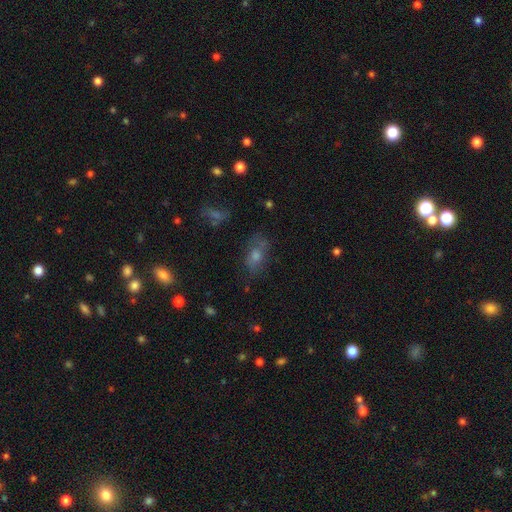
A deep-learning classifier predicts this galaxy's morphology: Smooth or featured?
  - smooth: 48% *
  - featured or disk: 29%
  - star or artifact: 23%
Merging?
  - none: 66% *
  - minor disturbance: 20%
  - major disturbance: 11%
  - merger: 3%